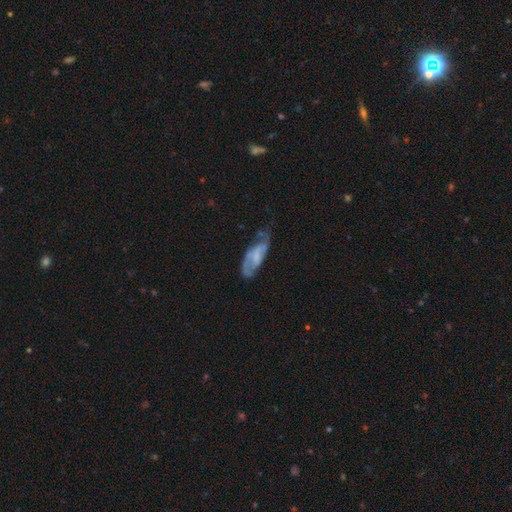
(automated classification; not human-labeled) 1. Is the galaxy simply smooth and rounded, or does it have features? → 64% featured or disk, 29% smooth, 7% star or artifact.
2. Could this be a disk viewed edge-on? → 88% no, 12% yes.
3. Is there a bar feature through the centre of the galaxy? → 43% no, 41% weak, 16% strong.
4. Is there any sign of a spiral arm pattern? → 80% yes, 20% no.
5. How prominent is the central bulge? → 37% none, 31% small, 24% moderate, 7% large, 2% dominant.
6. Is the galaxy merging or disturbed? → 47% none, 31% minor disturbance, 19% major disturbance, 3% merger.